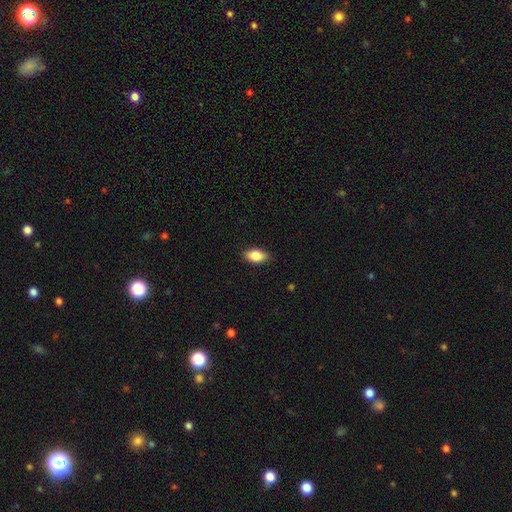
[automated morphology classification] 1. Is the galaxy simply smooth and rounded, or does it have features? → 85% smooth, 7% featured or disk, 7% star or artifact.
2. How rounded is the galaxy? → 90% in between, 6% round, 3% cigar-shaped.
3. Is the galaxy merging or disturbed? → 88% none, 10% minor disturbance, 2% major disturbance, 1% merger.